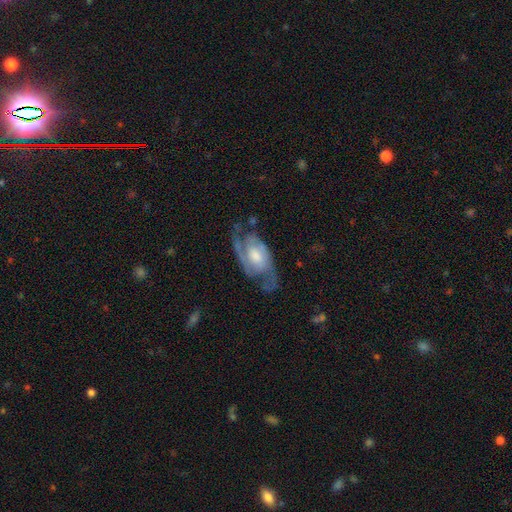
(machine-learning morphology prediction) Smooth or featured?
  - featured or disk: 87% *
  - smooth: 8%
  - star or artifact: 5%
Edge-on disk?
  - no: 95% *
  - yes: 5%
Bar?
  - no: 55% *
  - weak: 36%
  - strong: 9%
Spiral arms?
  - yes: 96% *
  - no: 4%
Spiral winding?
  - medium: 50% *
  - tight: 34%
  - loose: 16%
Spiral arm count?
  - 2: 85% *
  - can't tell: 6%
  - 3: 4%
  - 1: 2%
  - 4: 1%
  - more than 4: 1%
Bulge size?
  - moderate: 55% *
  - large: 20%
  - small: 19%
  - none: 5%
  - dominant: 2%
Merging?
  - none: 70% *
  - minor disturbance: 18%
  - major disturbance: 10%
  - merger: 2%